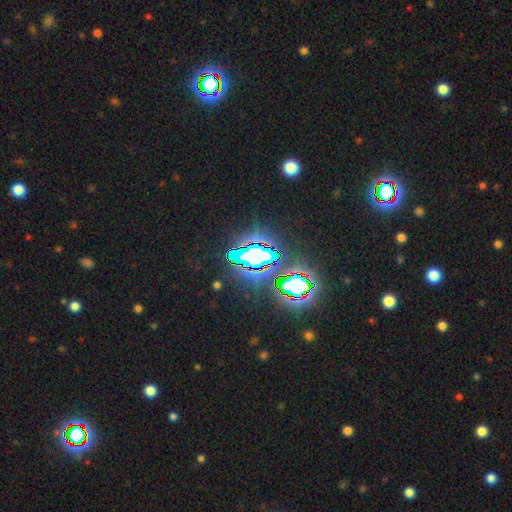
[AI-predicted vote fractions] A star or artifact, not a galaxy (76%).

Vote fractions:
- Smooth or featured? star or artifact: 76% / smooth: 13% / featured or disk: 11%